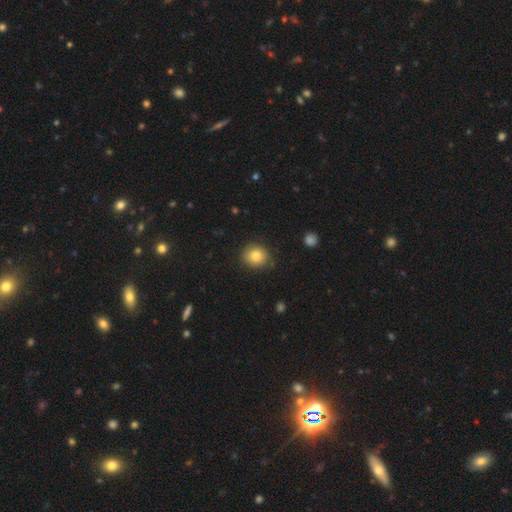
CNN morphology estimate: Smooth or featured? Predicted: smooth (p=0.83). How rounded? Predicted: round (p=0.79). Merging? Predicted: none (p=0.85).